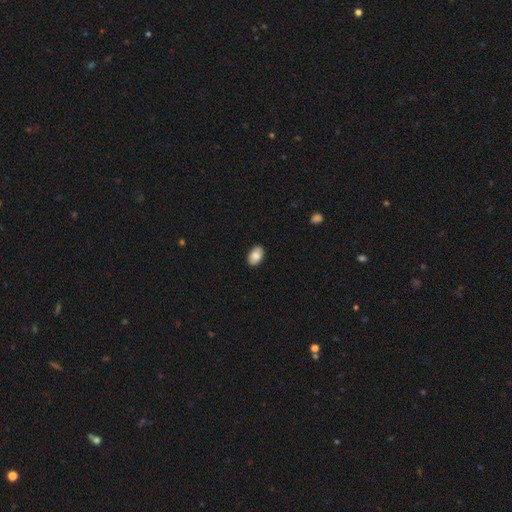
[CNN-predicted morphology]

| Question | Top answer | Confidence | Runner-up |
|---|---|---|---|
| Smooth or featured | smooth | 82% | featured or disk (11%) |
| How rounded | in between | 91% | round (8%) |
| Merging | none | 89% | minor disturbance (9%) |